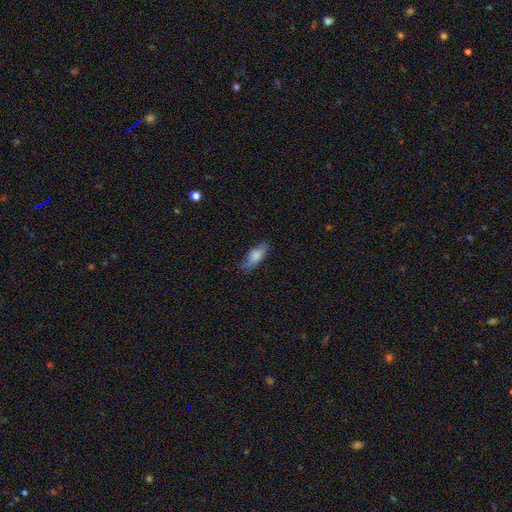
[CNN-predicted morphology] A smooth galaxy with no disk features (73%) that is in between round and cigar-shaped (77%).

Vote fractions:
- Smooth or featured? smooth: 73% / featured or disk: 20% / star or artifact: 7%
- How rounded? in between: 77% / cigar-shaped: 20% / round: 3%
- Merging? none: 69% / minor disturbance: 24% / major disturbance: 6% / merger: 1%